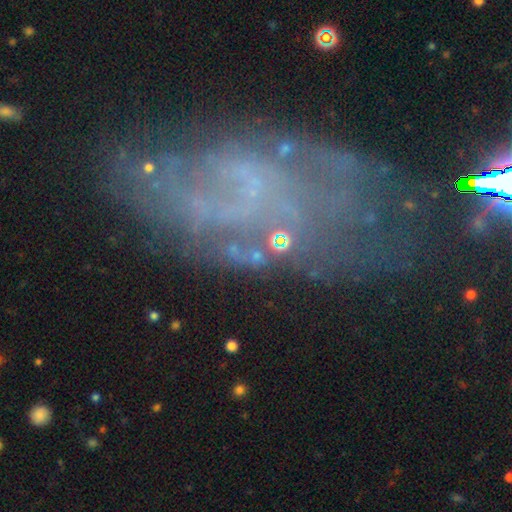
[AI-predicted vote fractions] Smooth or featured?
  - featured or disk: 50% *
  - star or artifact: 31%
  - smooth: 19%
Merging?
  - none: 57% *
  - minor disturbance: 18%
  - major disturbance: 18%
  - merger: 7%